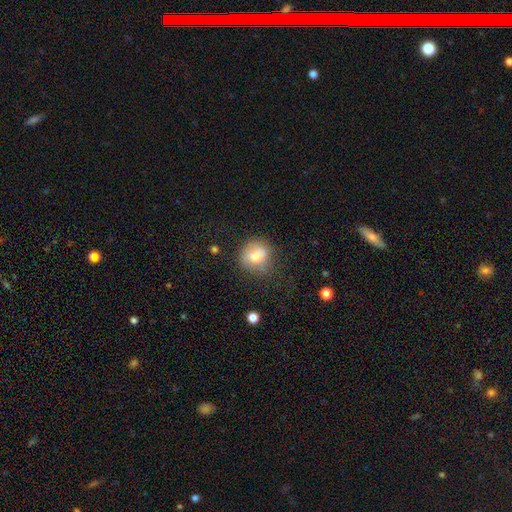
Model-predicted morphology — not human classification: A smooth galaxy with no disk features (73%) that is round (82%).

Vote fractions:
- Smooth or featured? smooth: 73% / featured or disk: 17% / star or artifact: 10%
- How rounded? round: 82% / in between: 17% / cigar-shaped: 1%
- Merging? none: 68% / minor disturbance: 21% / major disturbance: 8% / merger: 3%